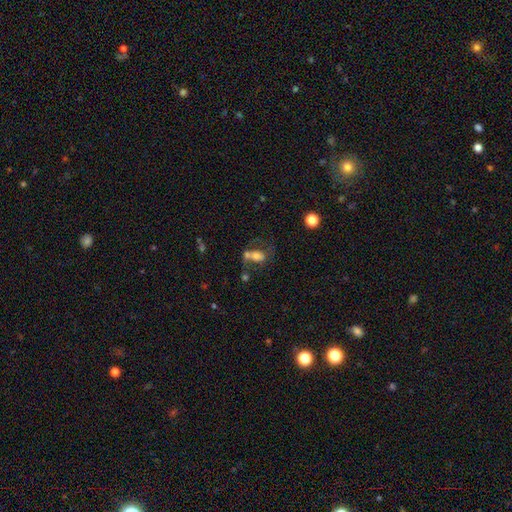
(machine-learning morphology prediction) Overall: smooth (54%; featured or disk 32%). How rounded: in between (75%). Merging: merger (37%; none 27%).